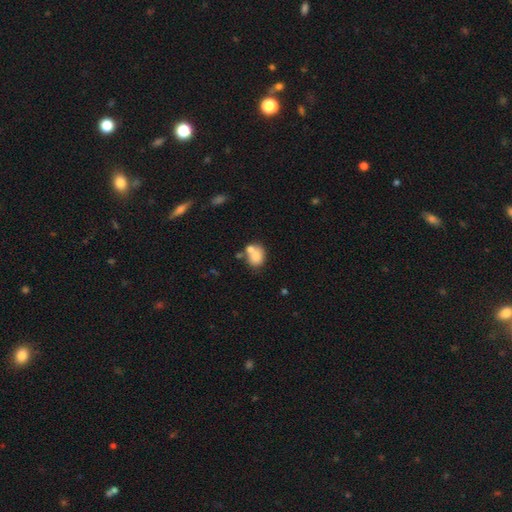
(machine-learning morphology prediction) The model was most divided on "how rounded": in between: 51%, round: 48%, cigar-shaped: 1%. Remaining: smooth or featured — smooth (77%); merging — none (44%).